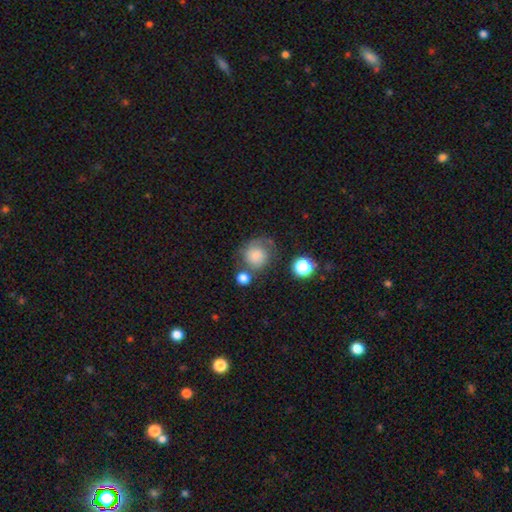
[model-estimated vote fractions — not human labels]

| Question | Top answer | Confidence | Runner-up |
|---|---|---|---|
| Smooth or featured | smooth | 70% | featured or disk (20%) |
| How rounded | round | 83% | in between (17%) |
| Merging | none | 50% | minor disturbance (23%) |